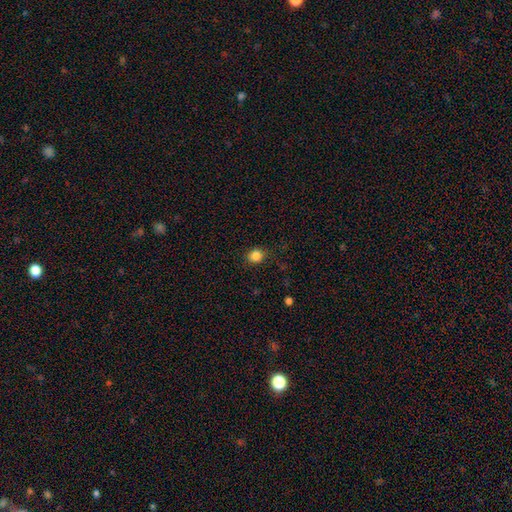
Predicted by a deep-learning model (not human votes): smooth-or-featured: smooth: 84% | star or artifact: 12% | featured or disk: 4%
  how-rounded: round: 77% | in between: 22% | cigar-shaped: 1%
  merging: none: 84% | minor disturbance: 11% | major disturbance: 3% | merger: 1%